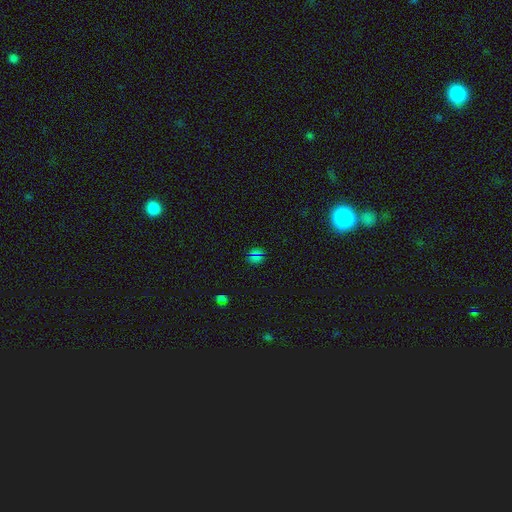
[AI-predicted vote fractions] A smooth galaxy with no disk features (56%) that is round (75%).

Vote fractions:
- Smooth or featured? smooth: 56% / star or artifact: 36% / featured or disk: 8%
- How rounded? round: 75% / in between: 23% / cigar-shaped: 3%
- Merging? none: 85% / minor disturbance: 9% / major disturbance: 3% / merger: 2%